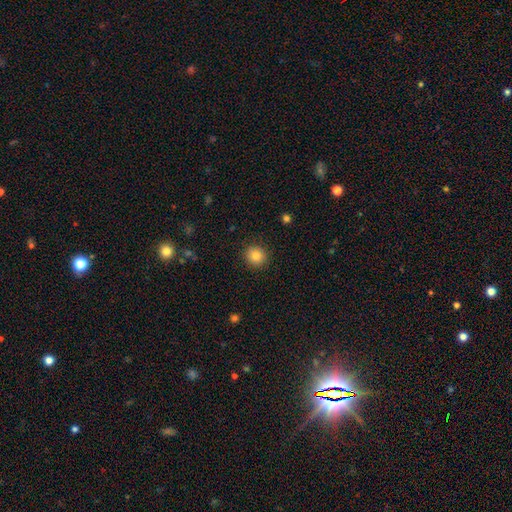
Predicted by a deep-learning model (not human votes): Smooth or featured? Predicted: smooth (p=0.82). How rounded? Predicted: round (p=0.91). Merging? Predicted: none (p=0.91).